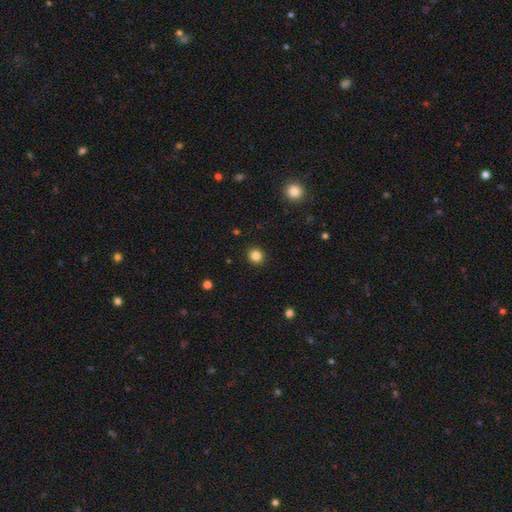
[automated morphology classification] A smooth galaxy with no disk features (84%) that is round (87%).

Vote fractions:
- Smooth or featured? smooth: 84% / star or artifact: 11% / featured or disk: 4%
- How rounded? round: 87% / in between: 13% / cigar-shaped: 1%
- Merging? none: 92% / minor disturbance: 5% / major disturbance: 2% / merger: 1%